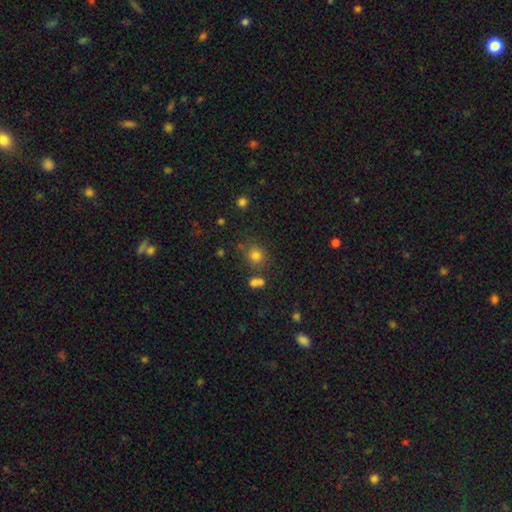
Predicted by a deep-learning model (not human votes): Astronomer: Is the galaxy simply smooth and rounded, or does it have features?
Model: smooth — 78%.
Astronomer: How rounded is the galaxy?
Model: round — 80%.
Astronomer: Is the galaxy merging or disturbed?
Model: none — 73%.